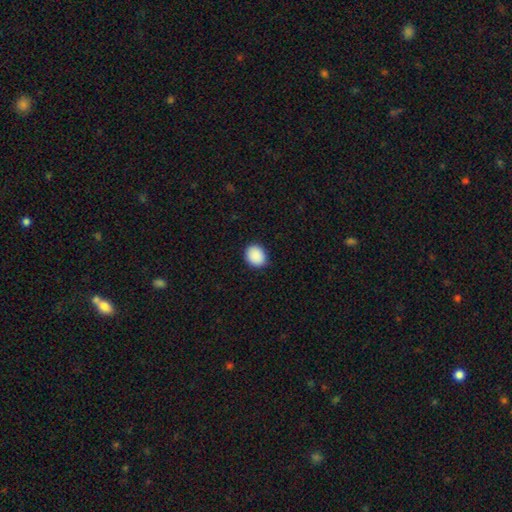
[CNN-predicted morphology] This appears to be a smooth galaxy with no disk features (90%) that is round (58%). Merging: none (88%).